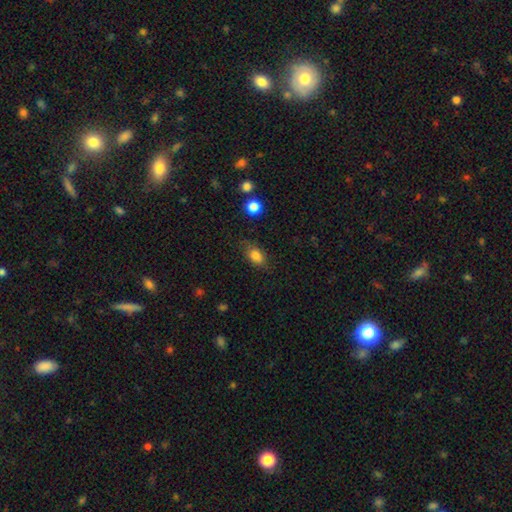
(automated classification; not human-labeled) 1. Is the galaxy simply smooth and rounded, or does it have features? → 82% smooth, 10% star or artifact, 8% featured or disk.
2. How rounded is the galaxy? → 81% in between, 16% round, 3% cigar-shaped.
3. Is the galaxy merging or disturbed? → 76% none, 18% minor disturbance, 5% major disturbance, 2% merger.